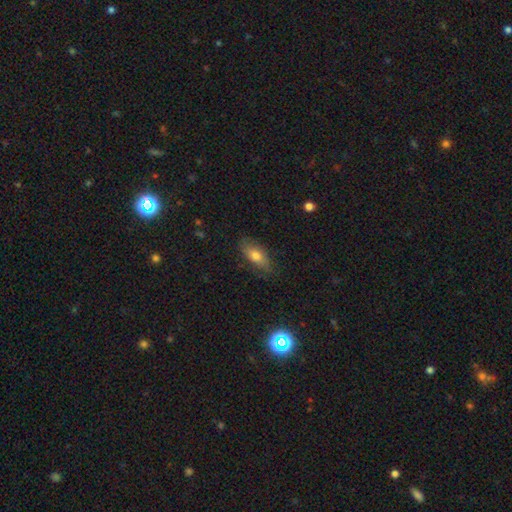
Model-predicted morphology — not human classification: Smooth or featured? Predicted: smooth (p=0.71). How rounded? Predicted: in between (p=0.81). Merging? Predicted: none (p=0.79).